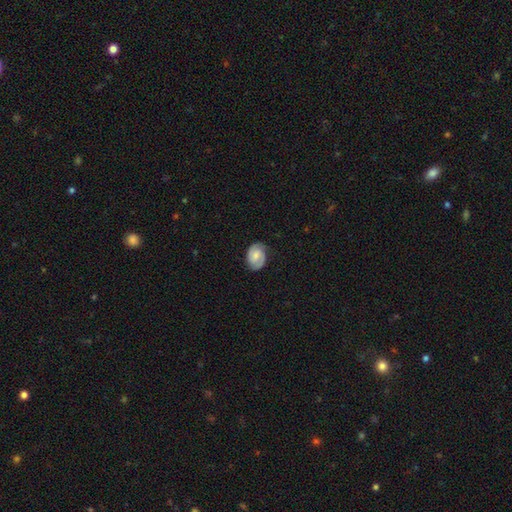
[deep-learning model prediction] Smooth or featured? Predicted: featured or disk (p=0.65). Edge-on disk? Predicted: no (p=0.97). Bar? Predicted: no (p=0.52). Spiral arms? Predicted: yes (p=0.93). Spiral winding? Predicted: tight (p=0.50). Spiral arm count? Predicted: 2 (p=0.81). Bulge size? Predicted: small (p=0.42). Merging? Predicted: none (p=0.76).